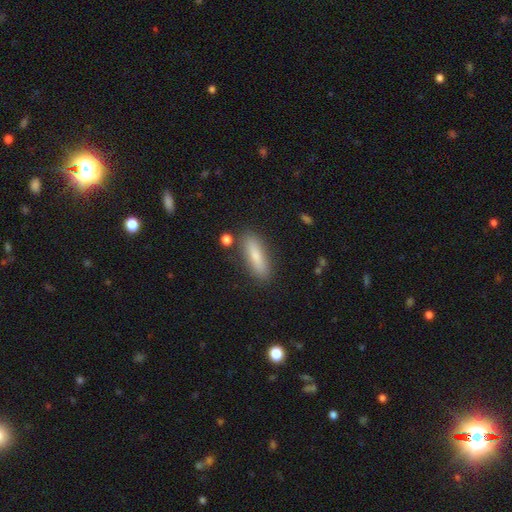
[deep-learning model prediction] Smooth or featured: smooth — 79% (featured or disk — 14%)
How rounded: cigar-shaped — 58% (in between — 40%)
Merging: none — 84% (minor disturbance — 10%)